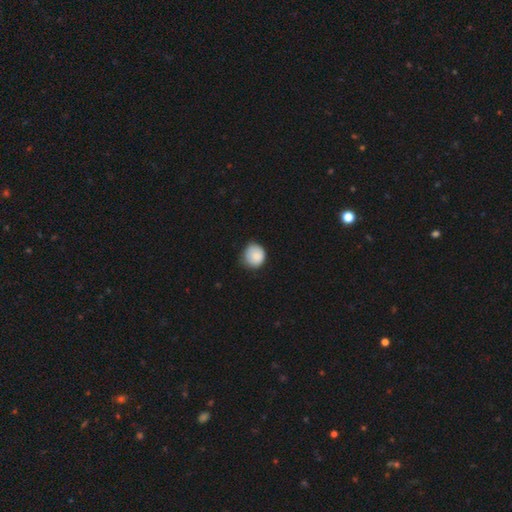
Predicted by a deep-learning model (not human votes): A smooth galaxy with no disk features (87%) that is round (83%). Merging: none (68%).